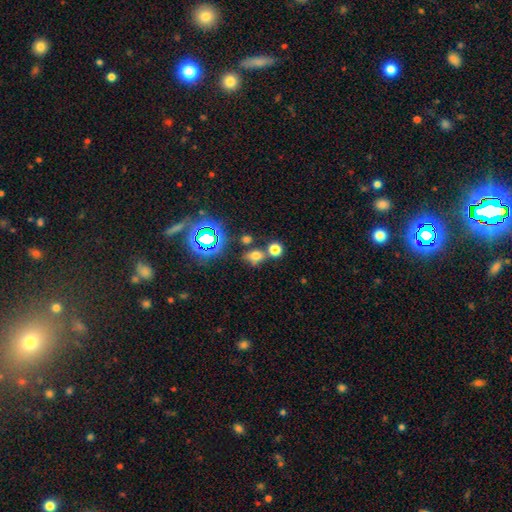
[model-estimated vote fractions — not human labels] Smooth or featured?
  - smooth: 61% *
  - star or artifact: 29%
  - featured or disk: 10%
How rounded?
  - in between: 51% *
  - round: 46%
  - cigar-shaped: 3%
Merging?
  - none: 61% *
  - merger: 22%
  - minor disturbance: 11%
  - major disturbance: 5%